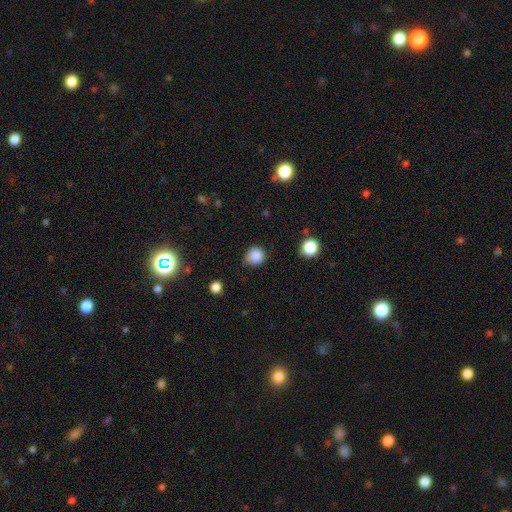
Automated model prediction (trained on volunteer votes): Smooth or featured: smooth — 85% (star or artifact — 11%)
How rounded: round — 88% (in between — 11%)
Merging: none — 70% (minor disturbance — 23%)